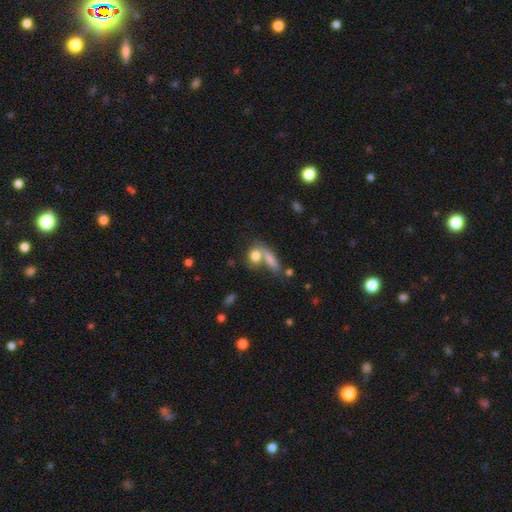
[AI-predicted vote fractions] A smooth galaxy with no disk features (78%) that is in between round and cigar-shaped (47%).

Vote fractions:
- Smooth or featured? smooth: 78% / featured or disk: 13% / star or artifact: 9%
- How rounded? in between: 47% / round: 42% / cigar-shaped: 11%
- Merging? merger: 43% / none: 41% / minor disturbance: 10% / major disturbance: 6%